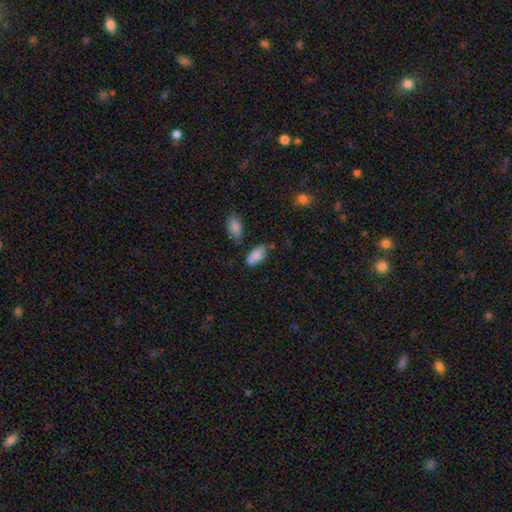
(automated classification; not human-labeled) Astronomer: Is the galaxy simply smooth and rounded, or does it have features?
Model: smooth — 84%.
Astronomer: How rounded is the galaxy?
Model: in between — 92%.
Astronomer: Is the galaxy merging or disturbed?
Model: none — 60%.